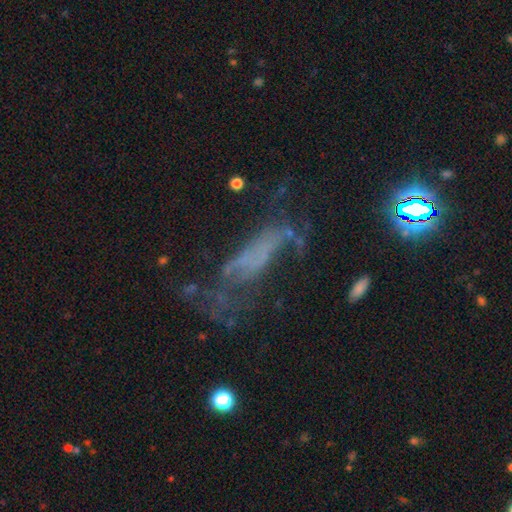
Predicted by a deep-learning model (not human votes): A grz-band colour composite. It shows a featured or disk galaxy (47%). Merging: major disturbance (42%).